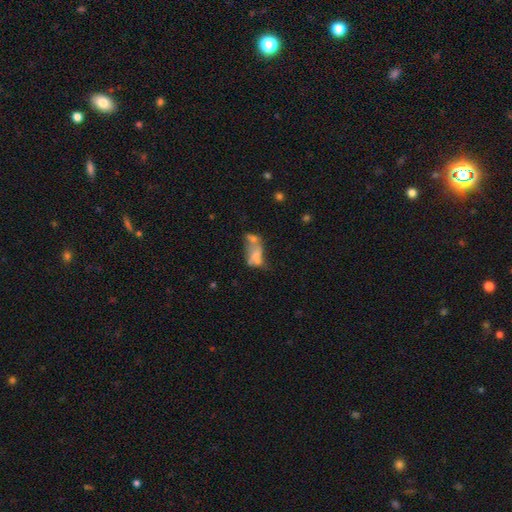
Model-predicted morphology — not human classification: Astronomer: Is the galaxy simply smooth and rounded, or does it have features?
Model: smooth — 47% (runner-up: featured or disk, 40%).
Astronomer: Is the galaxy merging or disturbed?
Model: merger — 50%.